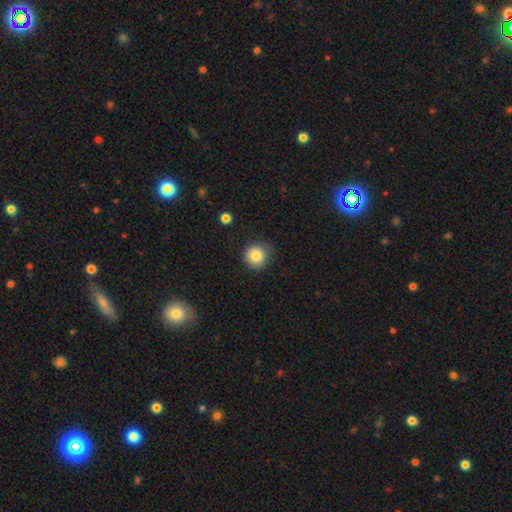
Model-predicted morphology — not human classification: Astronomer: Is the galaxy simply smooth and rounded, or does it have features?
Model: smooth — 84%.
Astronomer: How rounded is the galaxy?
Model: round — 93%.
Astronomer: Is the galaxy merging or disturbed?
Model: none — 82%.